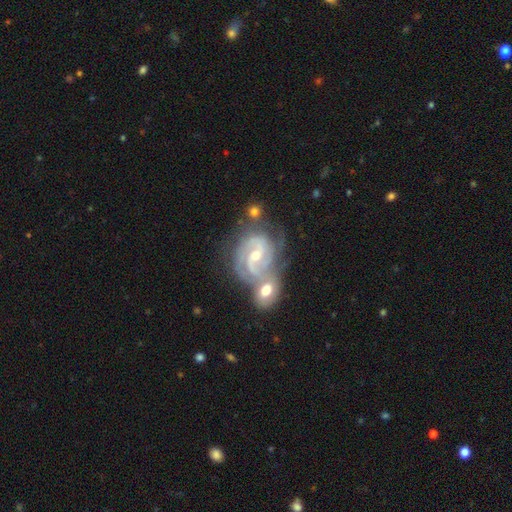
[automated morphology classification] smooth_or_featured: featured or disk (p=0.89) [alt: star or artifact p=0.06]
disk_edge_on: no (p=0.97) [alt: yes p=0.03]
bar: weak (p=0.49) [alt: strong p=0.25]
has_spiral_arms: yes (p=0.98) [alt: no p=0.02]
spiral_winding: tight (p=0.51) [alt: medium p=0.41]
spiral_arm_count: 2 (p=0.53) [alt: 3 p=0.25]
bulge_size: small (p=0.48) [tied with: moderate p=0.48]
merging: merger (p=0.44) [alt: none p=0.36]